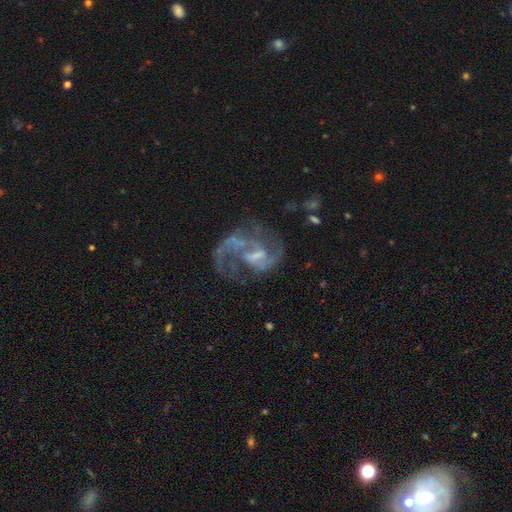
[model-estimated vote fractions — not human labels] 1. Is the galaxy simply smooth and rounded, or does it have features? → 87% featured or disk, 7% star or artifact, 6% smooth.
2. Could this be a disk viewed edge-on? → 98% no, 2% yes.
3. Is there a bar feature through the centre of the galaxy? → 55% weak, 25% strong, 20% no.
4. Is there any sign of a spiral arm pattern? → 93% yes, 7% no.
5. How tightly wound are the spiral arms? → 48% medium, 38% loose, 13% tight.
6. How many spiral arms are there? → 71% 2, 9% can't tell, 8% 1, 7% 3, 3% 4, 3% more than 4.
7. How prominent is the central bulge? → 38% small, 34% none, 24% moderate, 3% large, 1% dominant.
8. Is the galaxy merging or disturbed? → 50% none, 29% major disturbance, 17% minor disturbance, 5% merger.